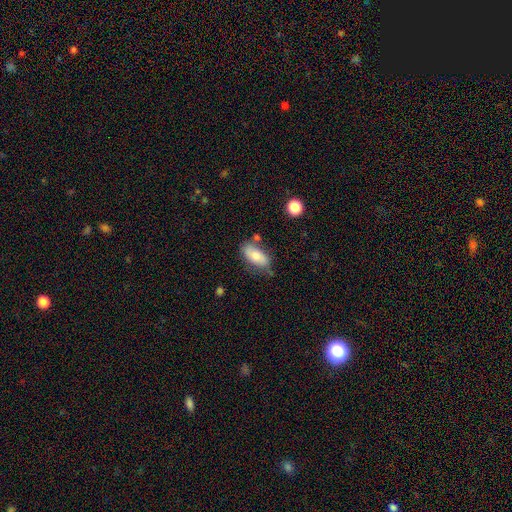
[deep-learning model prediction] Smooth or featured?
  - smooth: 73% *
  - featured or disk: 20%
  - star or artifact: 7%
How rounded?
  - in between: 88% *
  - cigar-shaped: 9%
  - round: 3%
Merging?
  - none: 64% *
  - minor disturbance: 22%
  - merger: 8%
  - major disturbance: 6%